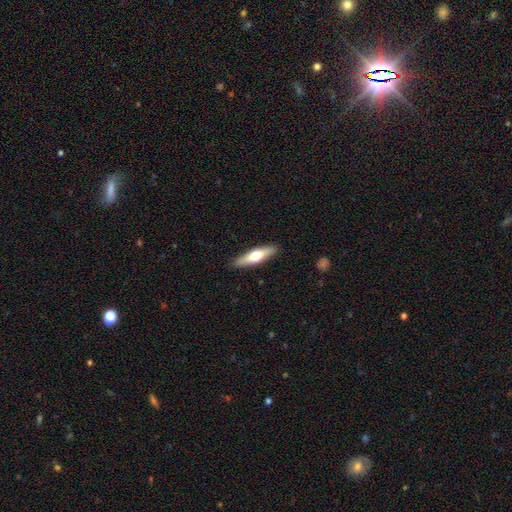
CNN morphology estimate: Smooth or featured: smooth — 52% (featured or disk — 42%)
How rounded: cigar-shaped — 70% (in between — 28%)
Merging: none — 89% (minor disturbance — 8%)